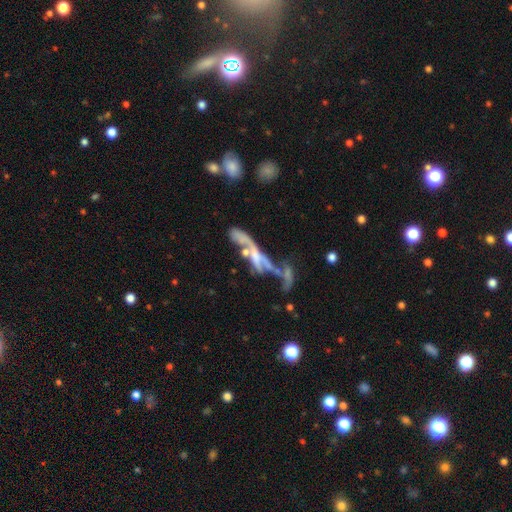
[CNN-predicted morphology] A featured or disk galaxy (64%). Merging: merger (50%).